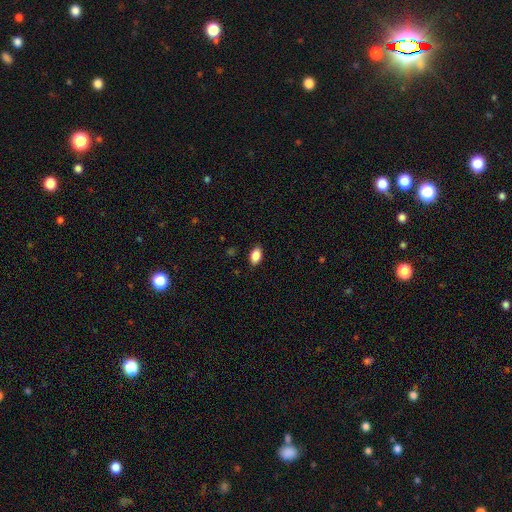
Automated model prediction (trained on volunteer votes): smooth-or-featured: smooth: 88% | star or artifact: 8% | featured or disk: 5%
  how-rounded: in between: 91% | round: 7% | cigar-shaped: 3%
  merging: none: 86% | minor disturbance: 10% | major disturbance: 2% | merger: 1%